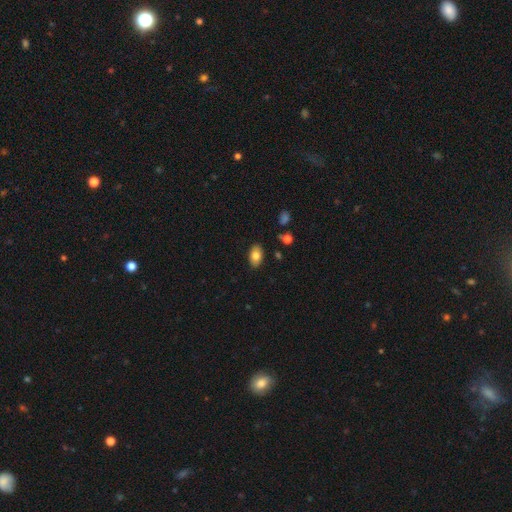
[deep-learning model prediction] Q: Smooth or featured?
A: smooth (81%); runner-up: featured or disk (11%)
Q: How rounded?
A: in between (91%); runner-up: round (8%)
Q: Merging?
A: none (87%); runner-up: minor disturbance (10%)